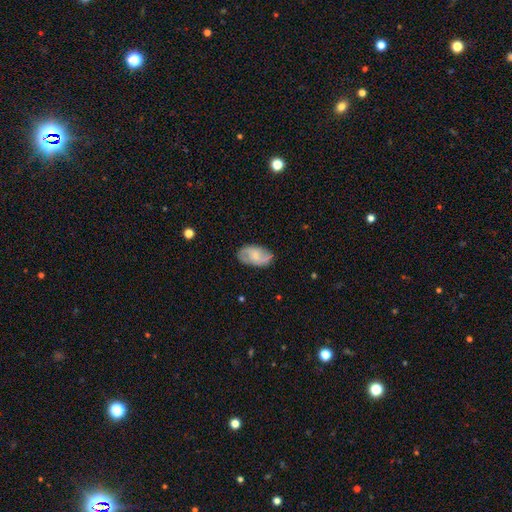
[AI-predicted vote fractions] smooth-or-featured: featured or disk: 60% | smooth: 34% | star or artifact: 6%
  disk-edge-on: no: 96% | yes: 4%
    bar: no: 48% | weak: 44% | strong: 8%
    has-spiral-arms: yes: 88% | no: 12%
      spiral-winding: medium: 47% | loose: 28% | tight: 25%
      spiral-arm-count: 2: 82% | can't tell: 11% | 3: 3% | 1: 2% | 4: 1% | more than 4: 1%
    bulge-size: small: 44% | moderate: 29% | none: 21% | large: 4% | dominant: 1%
  merging: none: 78% | minor disturbance: 17% | major disturbance: 4% | merger: 1%